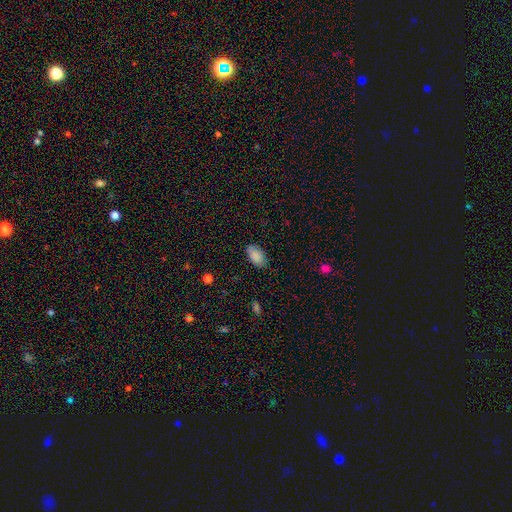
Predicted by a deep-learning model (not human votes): This appears to be a smooth galaxy with no disk features (87%) that is in between round and cigar-shaped (94%). Merging: none (79%).